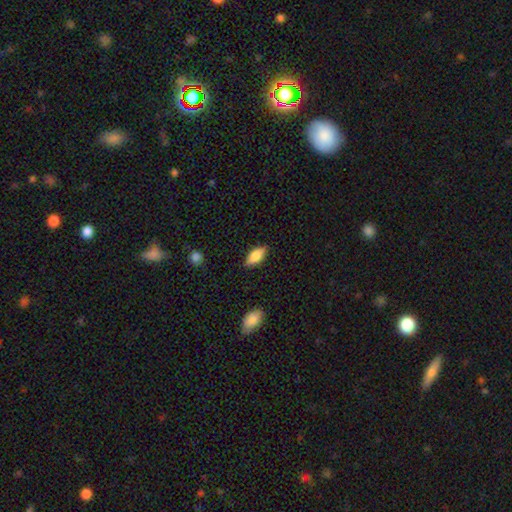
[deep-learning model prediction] This is likely a smooth galaxy (78%). How rounded: clearly in between (82%). Merging: clearly none (85%).